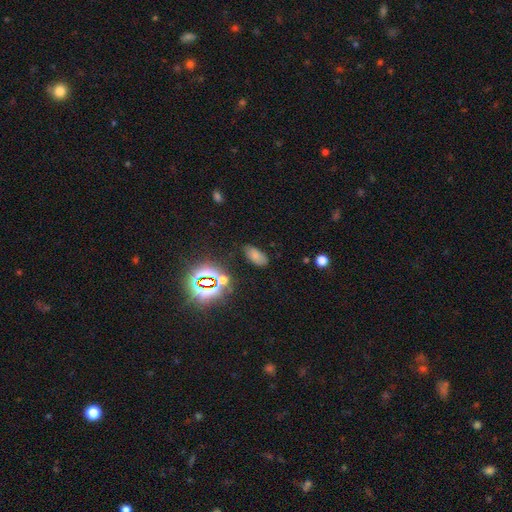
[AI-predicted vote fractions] This is likely a smooth galaxy (66%). How rounded: clearly in between (91%). Merging: likely none (77%).